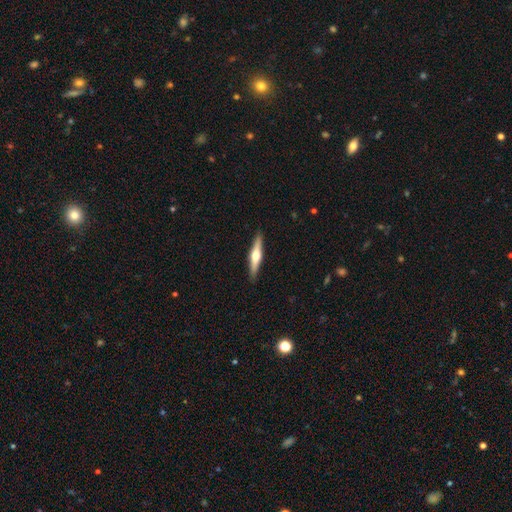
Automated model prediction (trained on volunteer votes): A featured or disk galaxy (60%) viewed edge-on (96%) with a rounded central bulge (93%). Merging: none (91%).